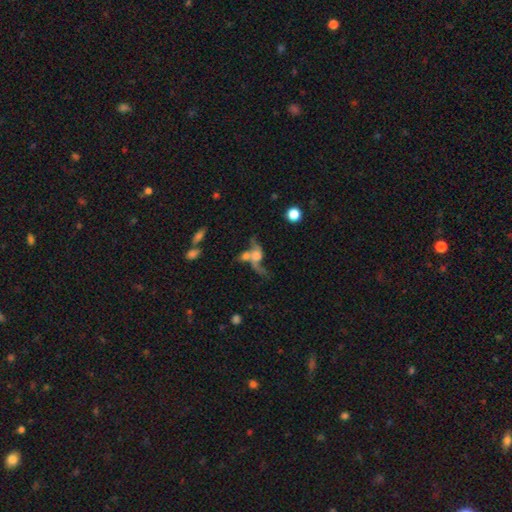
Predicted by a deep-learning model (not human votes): smooth-or-featured: featured or disk: 56% | smooth: 30% | star or artifact: 14%
  disk-edge-on: no: 86% | yes: 14%
  merging: merger: 46% | none: 24% | major disturbance: 20% | minor disturbance: 10%